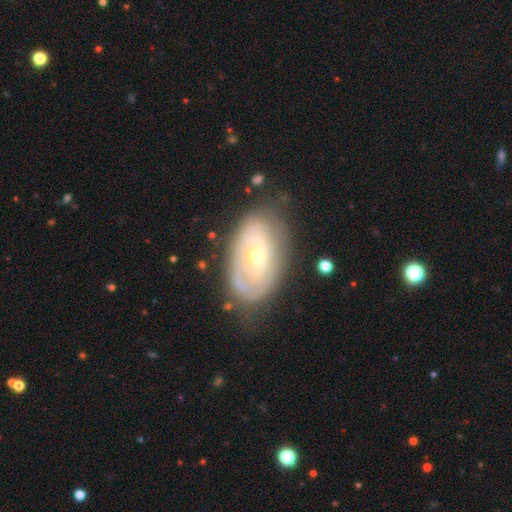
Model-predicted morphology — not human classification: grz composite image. It shows a featured or disk galaxy (67%) with no bar (74%), spiral arms (59%) and a small central bulge (62%). Merging: none (66%).